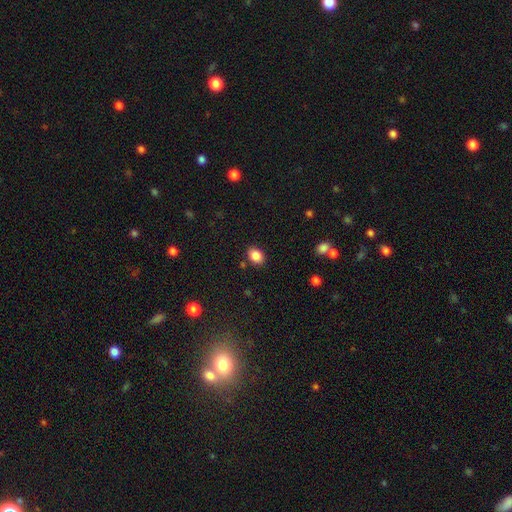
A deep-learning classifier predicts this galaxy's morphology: smooth-or-featured: smooth: 86% | star or artifact: 9% | featured or disk: 5%
  how-rounded: in between: 73% | round: 26% | cigar-shaped: 1%
  merging: none: 85% | minor disturbance: 10% | merger: 3% | major disturbance: 2%